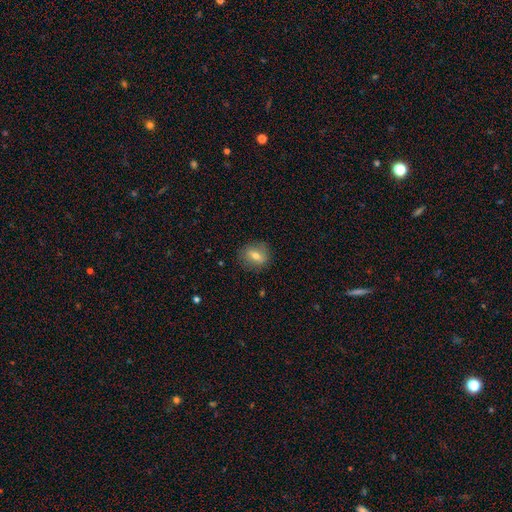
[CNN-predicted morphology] This is likely a smooth galaxy (62%). How rounded: possibly round (56%). Merging: clearly none (82%).